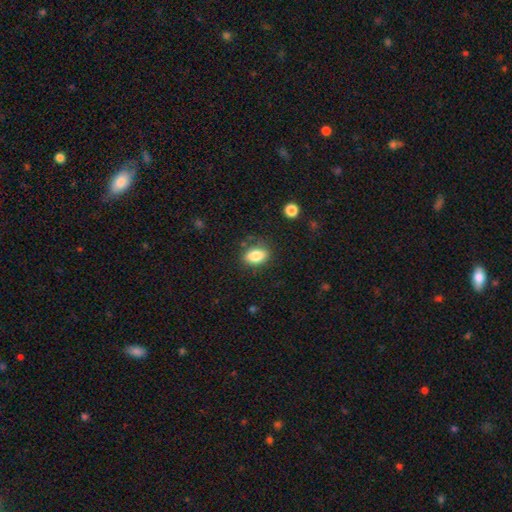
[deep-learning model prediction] smooth 84%, star or artifact 9%, featured or disk 7%. Down the decision tree: how rounded — in between (83%); merging — none (78%).